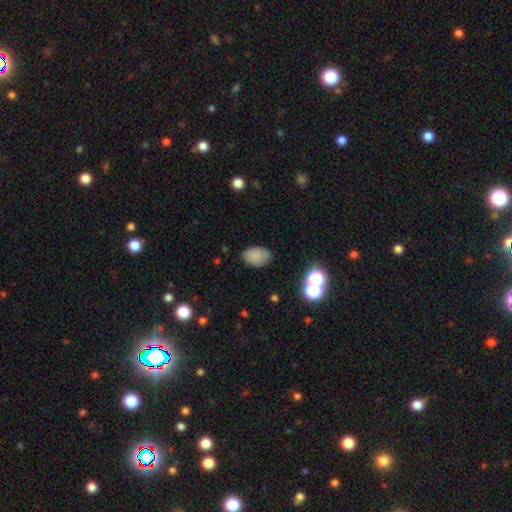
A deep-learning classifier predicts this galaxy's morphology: The model was most divided on "merging": none: 79%, minor disturbance: 15%, major disturbance: 4%, merger: 2%. More confident: how rounded — in between (84%); smooth or featured — smooth (81%).